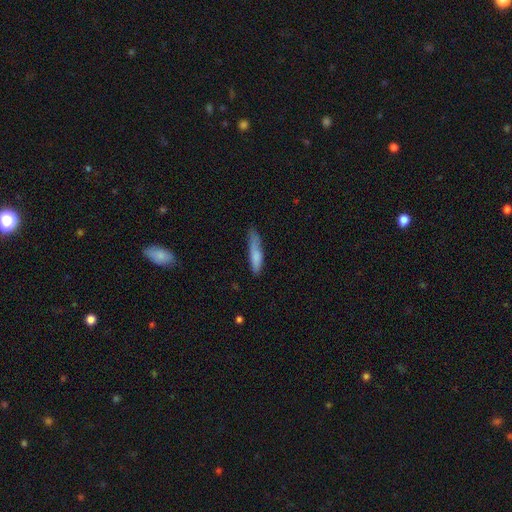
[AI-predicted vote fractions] This appears to be a smooth galaxy with no disk features (76%) that is cigar-shaped (82%). Merging: none (58%).